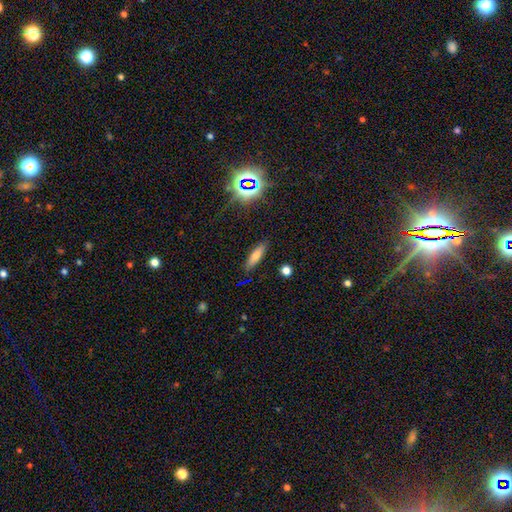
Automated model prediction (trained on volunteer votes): Q: Smooth or featured?
A: smooth (68%); runner-up: featured or disk (18%)
Q: How rounded?
A: cigar-shaped (62%); runner-up: in between (35%)
Q: Merging?
A: none (85%); runner-up: minor disturbance (10%)